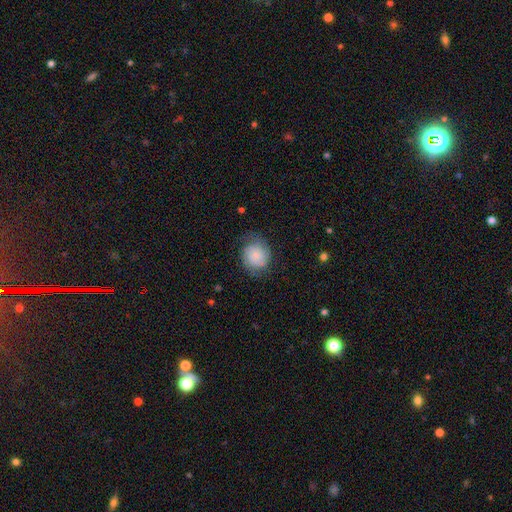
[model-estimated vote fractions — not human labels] Q: Smooth or featured?
A: smooth (62%); runner-up: featured or disk (29%)
Q: How rounded?
A: round (77%); runner-up: in between (22%)
Q: Merging?
A: none (65%); runner-up: minor disturbance (23%)